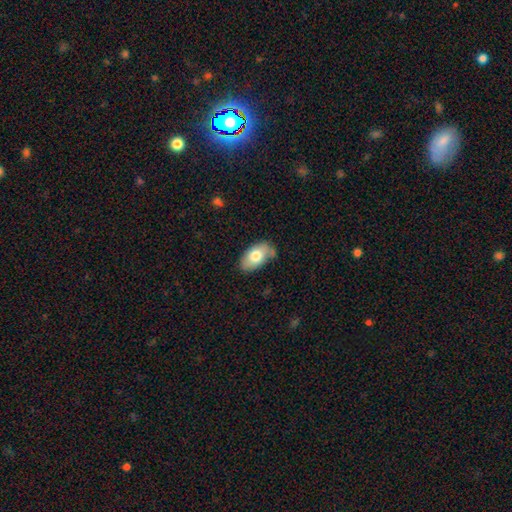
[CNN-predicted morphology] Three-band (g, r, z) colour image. It shows a smooth galaxy with no disk features (73%) that is in between round and cigar-shaped (93%). Merging: none (71%).